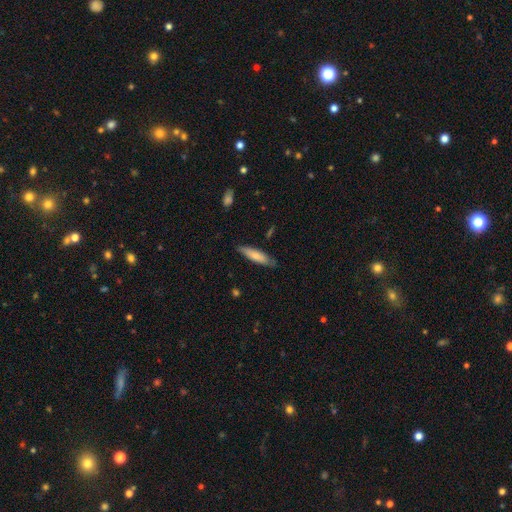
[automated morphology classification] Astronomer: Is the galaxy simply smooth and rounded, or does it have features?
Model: smooth — 72%.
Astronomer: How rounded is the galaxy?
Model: cigar-shaped — 70%.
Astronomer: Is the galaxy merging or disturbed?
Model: none — 80%.